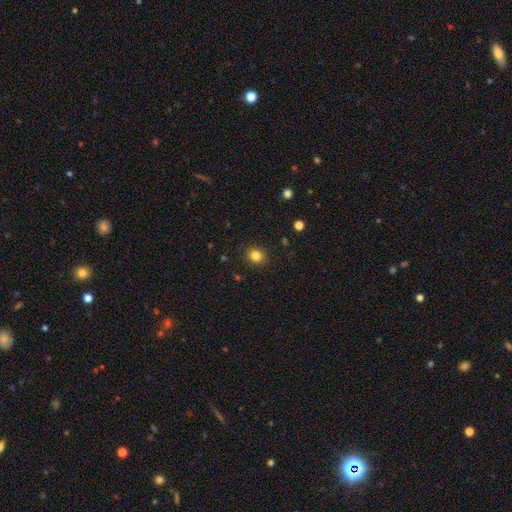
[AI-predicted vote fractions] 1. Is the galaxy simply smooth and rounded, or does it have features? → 83% smooth, 11% star or artifact, 6% featured or disk.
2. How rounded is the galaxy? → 72% round, 27% in between, 1% cigar-shaped.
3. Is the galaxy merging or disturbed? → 90% none, 7% minor disturbance, 2% major disturbance, 1% merger.